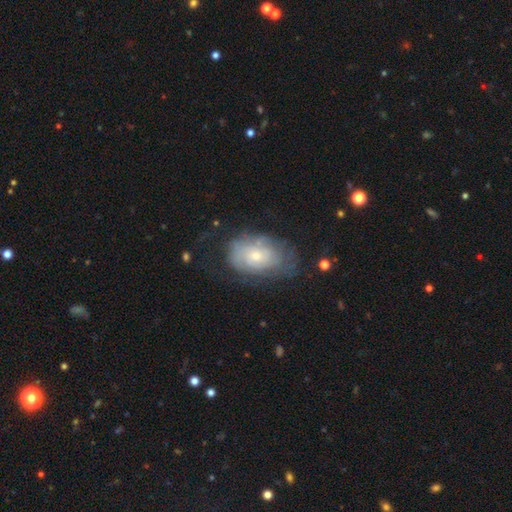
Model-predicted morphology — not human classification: Smooth or featured: featured or disk — 51% (smooth — 41%)
Edge-on disk: no — 94% (yes — 6%)
Merging: none — 55% (minor disturbance — 26%)